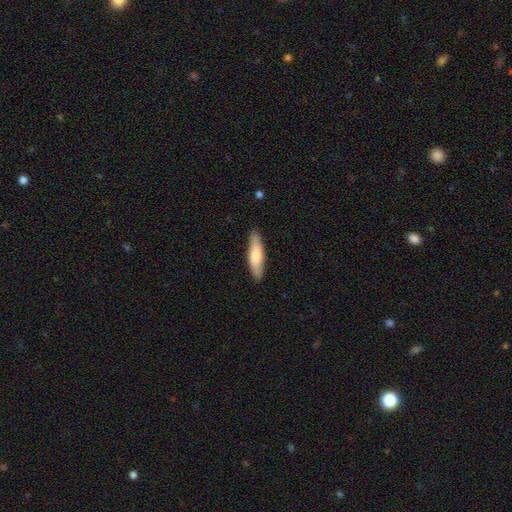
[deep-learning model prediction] The model was most divided on "how rounded": cigar-shaped: 67%, in between: 31%, round: 1%. More confident: merging — none (87%); smooth or featured — smooth (74%).